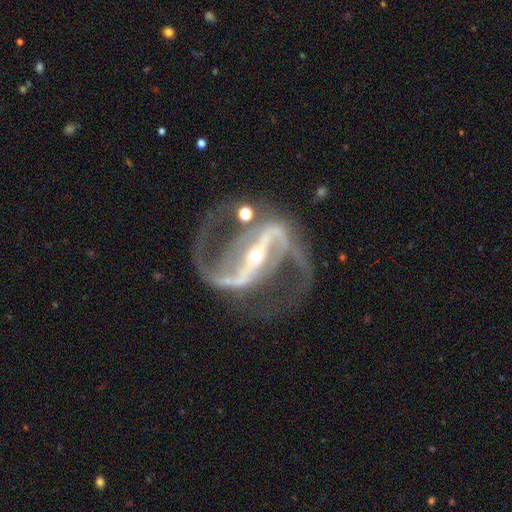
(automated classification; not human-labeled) Smooth or featured: featured or disk — 92% (star or artifact — 5%)
Edge-on disk: no — 96% (yes — 4%)
Bar: strong — 83% (weak — 11%)
Spiral arms: yes — 96% (no — 4%)
Spiral winding: medium — 57% (loose — 28%)
Spiral arm count: 2 — 93% (can't tell — 2%)
Bulge size: small — 70% (moderate — 26%)
Merging: none — 65% (minor disturbance — 15%)